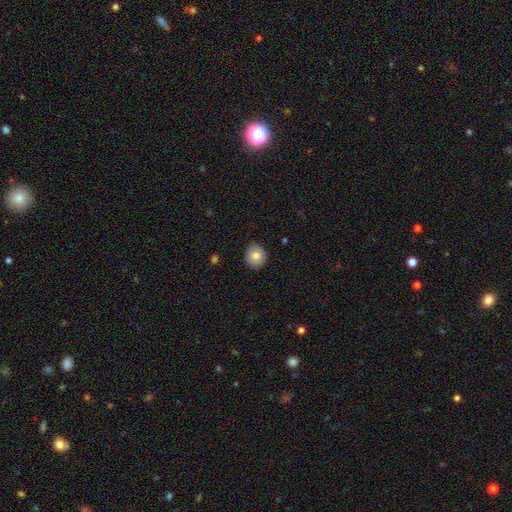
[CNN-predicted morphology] This appears to be a smooth galaxy with no disk features (81%) that is round (89%). Merging: none (90%).